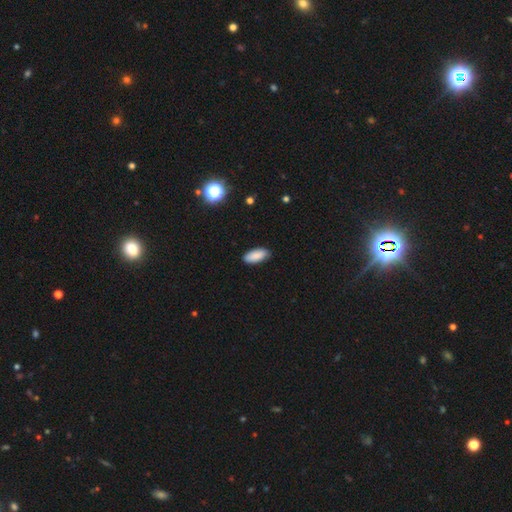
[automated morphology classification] Smooth or featured: smooth — 89% (star or artifact — 7%)
How rounded: in between — 86% (cigar-shaped — 12%)
Merging: none — 88% (minor disturbance — 9%)